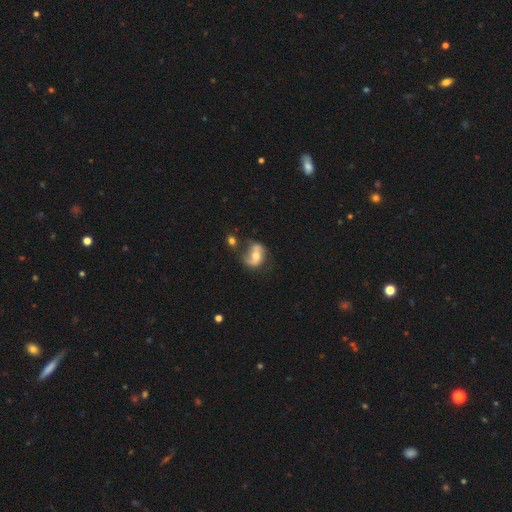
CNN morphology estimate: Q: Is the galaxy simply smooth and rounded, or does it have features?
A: featured or disk — 58%.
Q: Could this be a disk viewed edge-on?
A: no — 95%.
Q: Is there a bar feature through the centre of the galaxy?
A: no — 48%.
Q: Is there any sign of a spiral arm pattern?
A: yes — 74%.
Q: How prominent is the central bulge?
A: moderate — 66%.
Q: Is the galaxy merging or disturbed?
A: none — 43%.